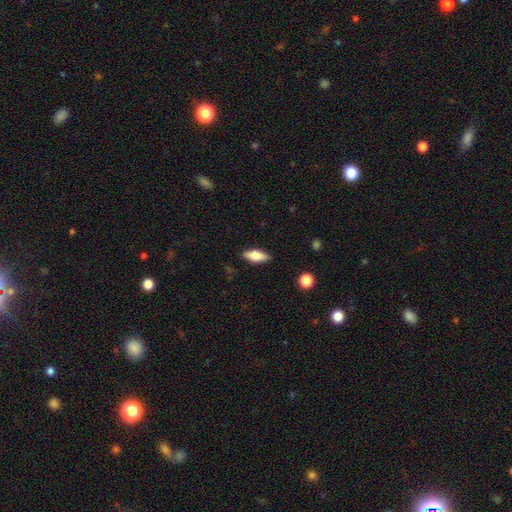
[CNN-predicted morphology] Overall: smooth (73%). How rounded: in between (74%). Merging: none (86%).